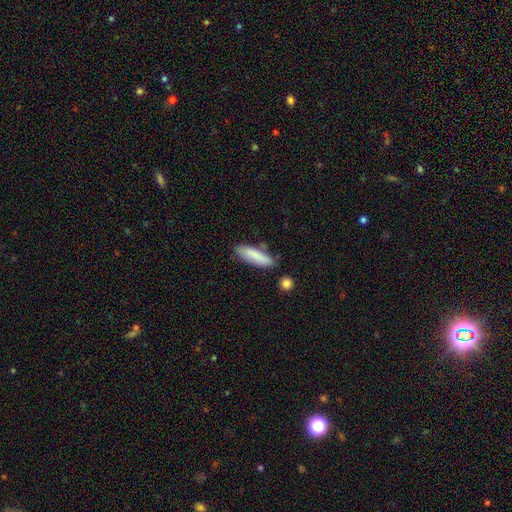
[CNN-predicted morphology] Overall: smooth (83%). How rounded: cigar-shaped (60%; in between 38%). Merging: none (72%).